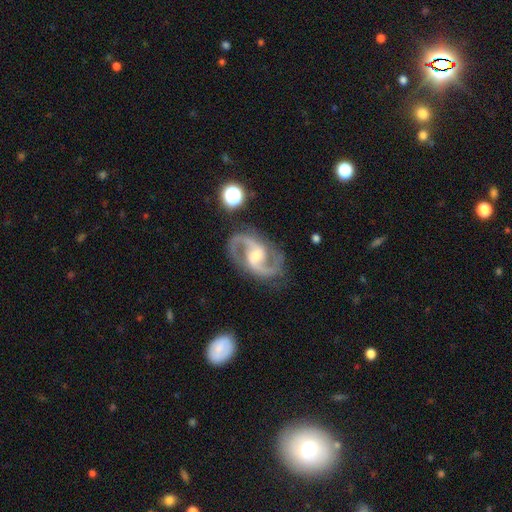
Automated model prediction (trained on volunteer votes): Smooth or featured: featured or disk — 93% (star or artifact — 5%)
Edge-on disk: no — 98% (yes — 2%)
Bar: weak — 45% (no — 30%)
Spiral arms: yes — 98% (no — 2%)
Spiral winding: medium — 64% (loose — 22%)
Spiral arm count: 2 — 94% (3 — 2%)
Bulge size: moderate — 56% (small — 38%)
Merging: none — 83% (minor disturbance — 12%)